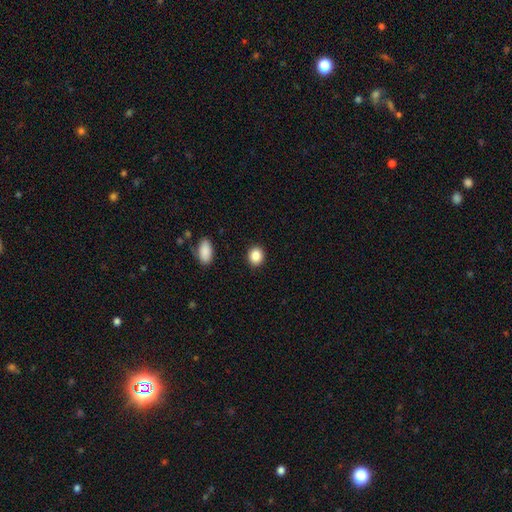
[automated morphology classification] Smooth or featured?
  - smooth: 87% *
  - star or artifact: 9%
  - featured or disk: 4%
How rounded?
  - round: 66% *
  - in between: 33%
  - cigar-shaped: 1%
Merging?
  - none: 90% *
  - minor disturbance: 6%
  - major disturbance: 2%
  - merger: 1%